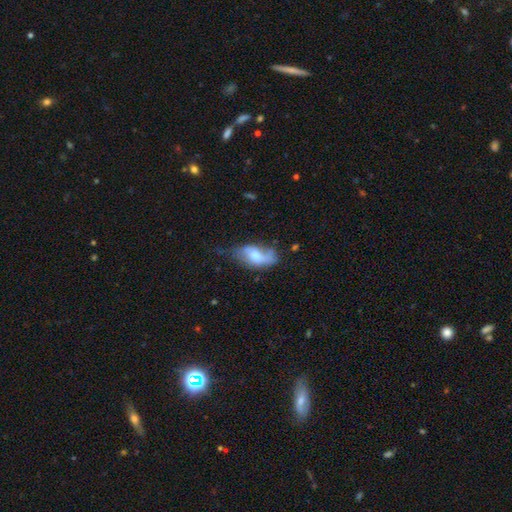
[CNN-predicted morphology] smooth 52%, featured or disk 40%, star or artifact 8%. Down the decision tree: how rounded — in between (90%); merging — none (37%).